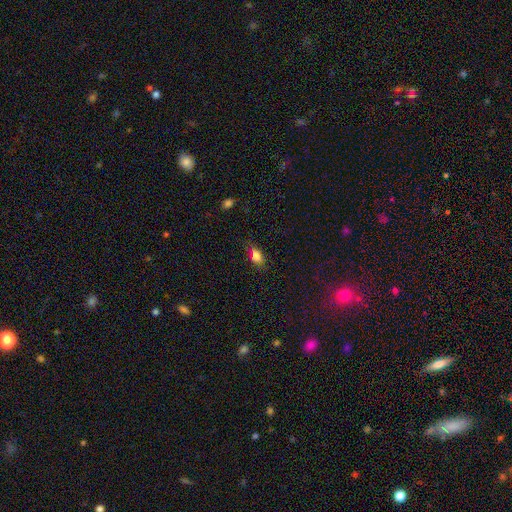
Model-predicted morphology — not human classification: This appears to be a smooth galaxy with no disk features (79%) that is in between round and cigar-shaped (83%). Merging: none (73%).